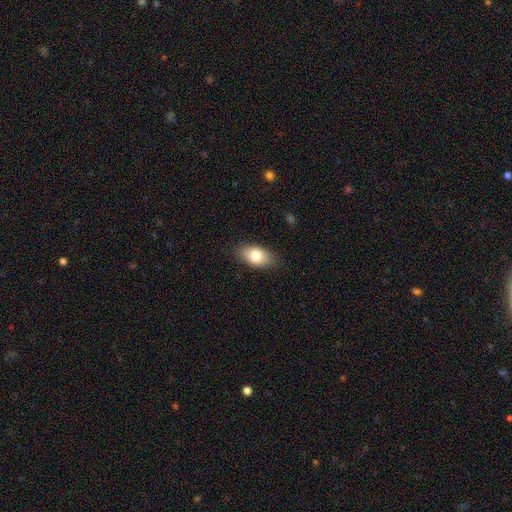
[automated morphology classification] Overall: smooth (82%). How rounded: in between (91%). Merging: none (84%).